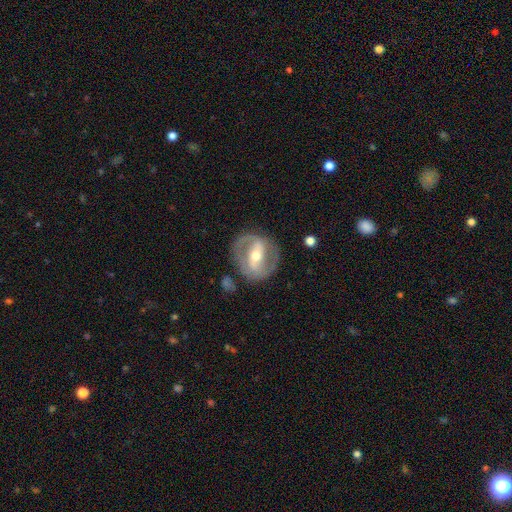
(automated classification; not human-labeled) Smooth or featured? Predicted: featured or disk (p=0.80). Edge-on disk? Predicted: no (p=0.95). Bar? Predicted: strong (p=0.54). Spiral arms? Predicted: yes (p=0.76). Spiral winding? Predicted: medium (p=0.44). Spiral arm count? Predicted: 2 (p=0.84). Bulge size? Predicted: moderate (p=0.65). Merging? Predicted: none (p=0.80).